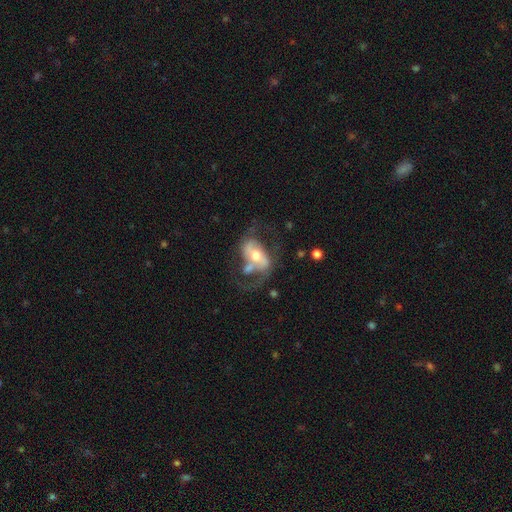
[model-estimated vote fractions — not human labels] featured or disk 75%, smooth 19%, star or artifact 6%. Down the decision tree: edge-on disk — no (94%); bar — strong (36%); spiral arms — yes (80%); spiral arm count — 2 (85%); spiral winding — loose (48%); bulge size — moderate (66%); merging — none (43%).